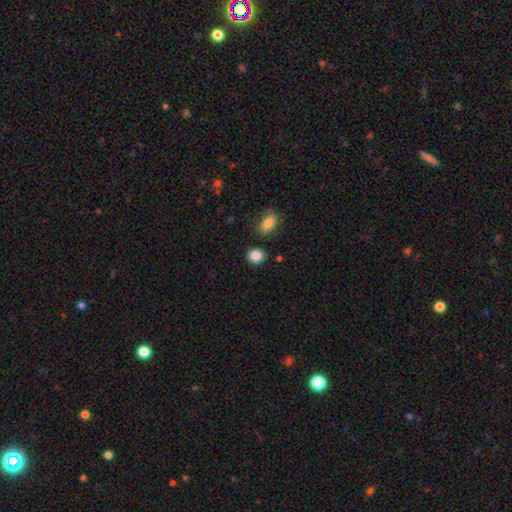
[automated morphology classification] The model was most divided on "how rounded": round: 72%, in between: 27%, cigar-shaped: 1%. More confident: smooth or featured — smooth (87%); merging — none (84%).